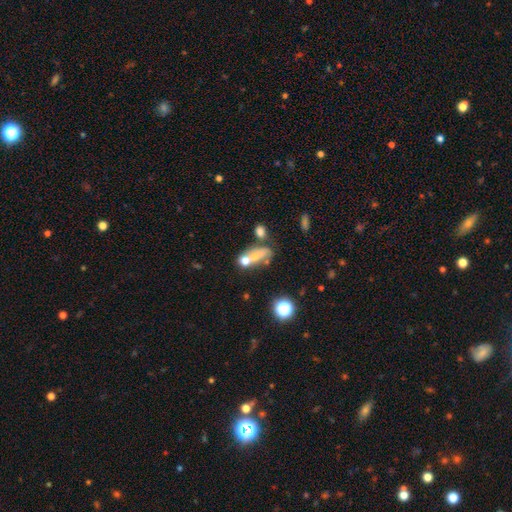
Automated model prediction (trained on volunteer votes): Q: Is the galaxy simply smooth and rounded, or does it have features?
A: smooth — 58%.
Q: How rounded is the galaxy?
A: in between — 65%.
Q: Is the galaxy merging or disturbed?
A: merger — 42%.